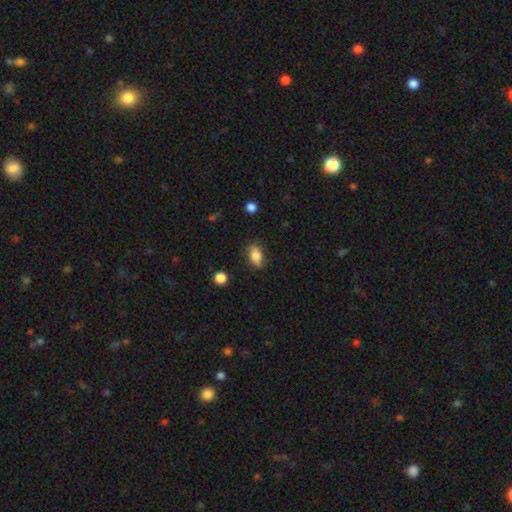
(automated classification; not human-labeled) The model was most divided on "merging": none: 80%, minor disturbance: 15%, major disturbance: 3%, merger: 1%. More confident: how rounded — in between (86%); smooth or featured — smooth (81%).